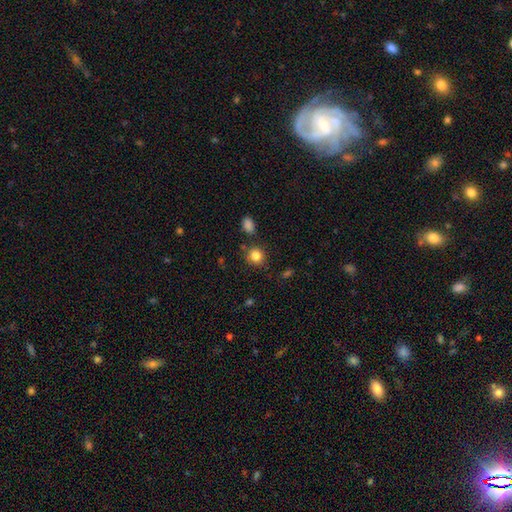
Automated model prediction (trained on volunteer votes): smooth 84%, star or artifact 10%, featured or disk 5%. Down the decision tree: how rounded — round (83%); merging — none (80%).